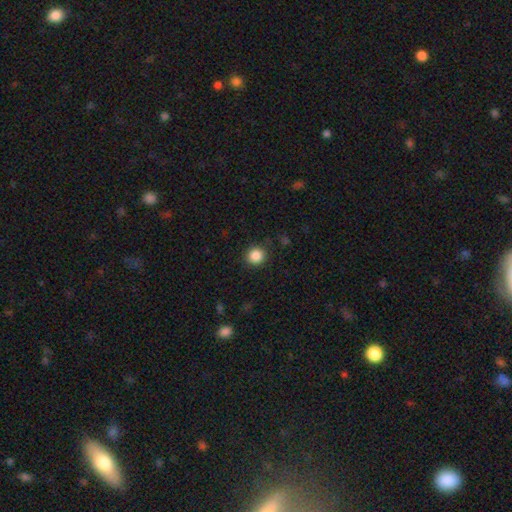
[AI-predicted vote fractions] Smooth or featured?
  - smooth: 87% *
  - star or artifact: 10%
  - featured or disk: 3%
How rounded?
  - round: 91% *
  - in between: 8%
  - cigar-shaped: 1%
Merging?
  - none: 89% *
  - minor disturbance: 7%
  - major disturbance: 2%
  - merger: 1%